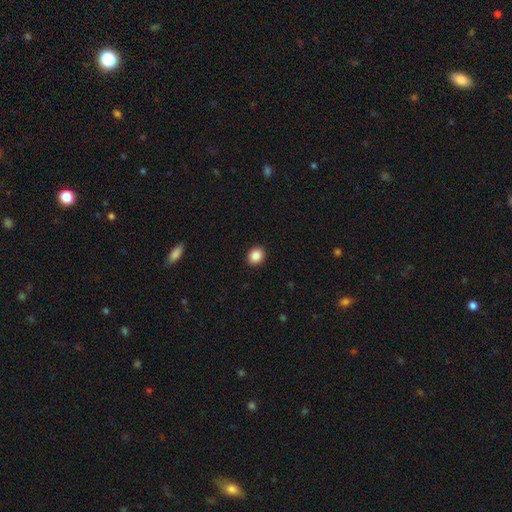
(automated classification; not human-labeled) Smooth or featured: smooth — 87% (star or artifact — 9%)
How rounded: round — 75% (in between — 25%)
Merging: none — 92% (minor disturbance — 5%)